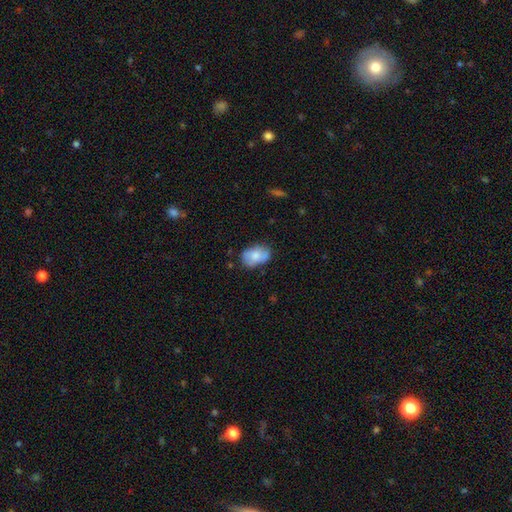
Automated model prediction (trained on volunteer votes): Smooth or featured? smooth (69%)
How rounded? in between (82%)
Merging? none (67%)